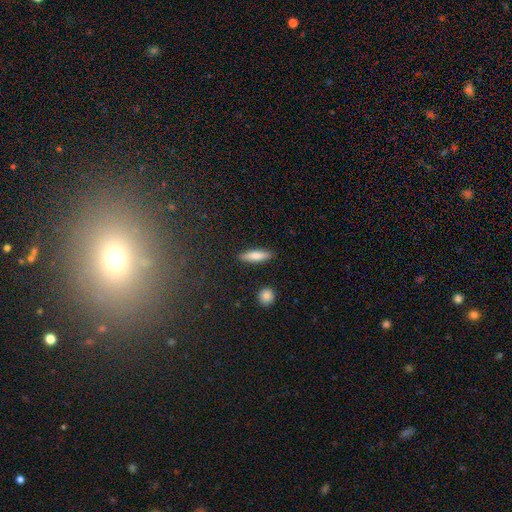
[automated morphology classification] smooth-or-featured: smooth: 79% | featured or disk: 15% | star or artifact: 6%
  how-rounded: cigar-shaped: 68% | in between: 30% | round: 2%
  merging: none: 89% | minor disturbance: 7% | major disturbance: 2% | merger: 2%